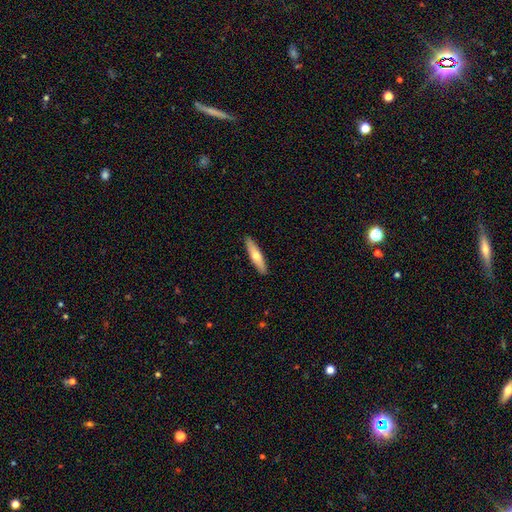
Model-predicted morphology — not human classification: Smooth or featured? Predicted: smooth (p=0.60). How rounded? Predicted: cigar-shaped (p=0.78). Merging? Predicted: none (p=0.91).